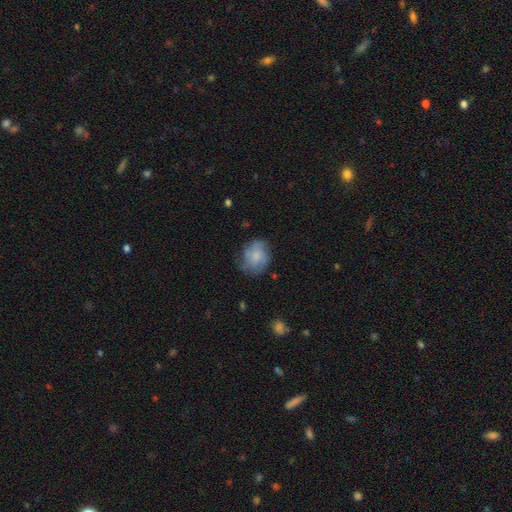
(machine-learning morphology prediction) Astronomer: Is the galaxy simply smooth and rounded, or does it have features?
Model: smooth — 55% (runner-up: featured or disk, 36%).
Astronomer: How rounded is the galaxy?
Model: round — 64%.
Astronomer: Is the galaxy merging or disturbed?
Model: none — 65%.